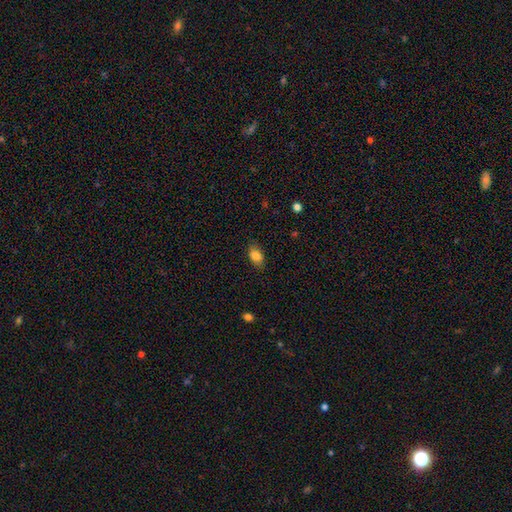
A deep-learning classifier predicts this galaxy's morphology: type=smooth (84%); roundness=in between (89%); merging=none (82%).